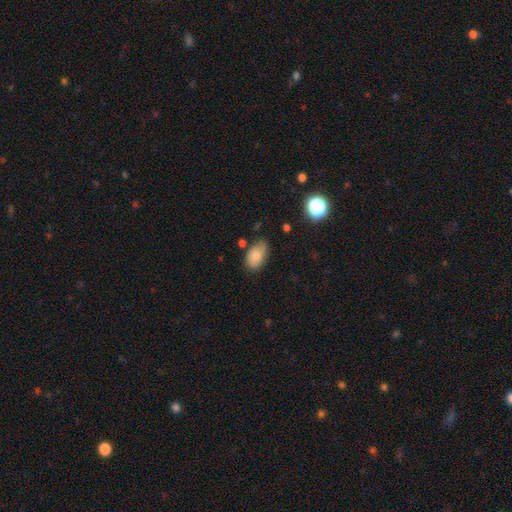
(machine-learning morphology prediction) Smooth or featured: smooth — 74% (featured or disk — 17%)
How rounded: in between — 89% (round — 9%)
Merging: none — 55% (minor disturbance — 34%)